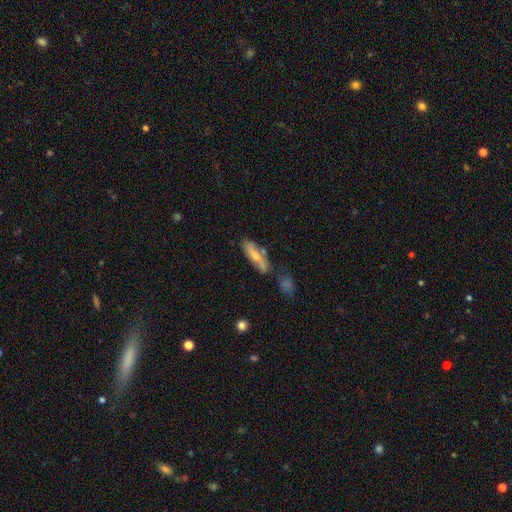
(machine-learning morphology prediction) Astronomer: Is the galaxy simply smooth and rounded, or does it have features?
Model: smooth — 55% (runner-up: featured or disk, 38%).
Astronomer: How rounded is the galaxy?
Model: cigar-shaped — 57% (runner-up: in between, 41%).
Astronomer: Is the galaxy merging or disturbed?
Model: none — 64%.